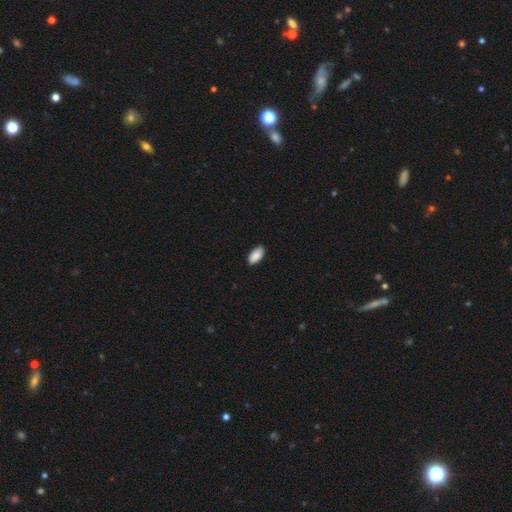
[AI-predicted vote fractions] Morphology: type=smooth (90%); roundness=in between (94%); merging=none (89%).